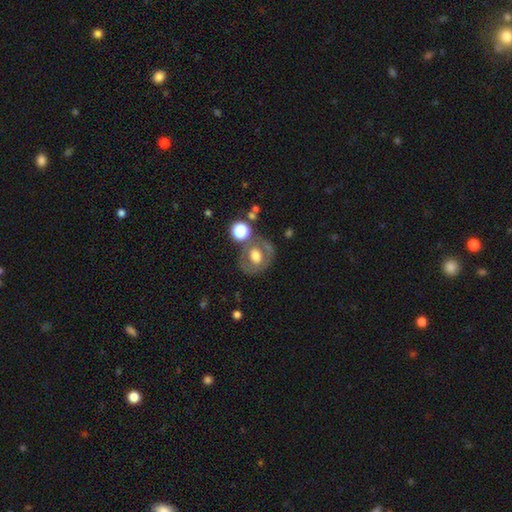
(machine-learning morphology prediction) Q: Smooth or featured?
A: smooth (47%); runner-up: featured or disk (43%)
Q: Merging?
A: none (65%); runner-up: minor disturbance (15%)